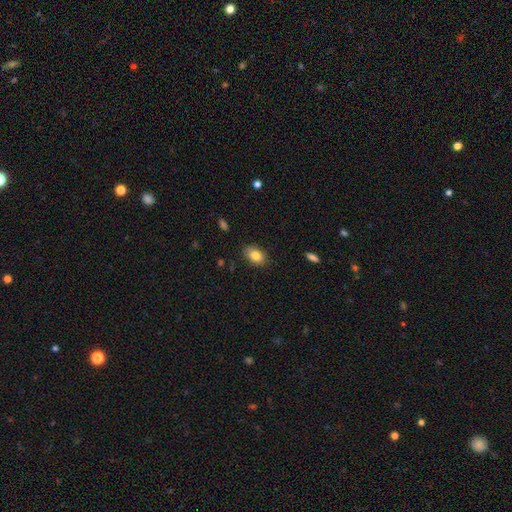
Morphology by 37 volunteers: Smooth or featured? smooth (84%)
How rounded? in between (81%)
Merging? none (78%)